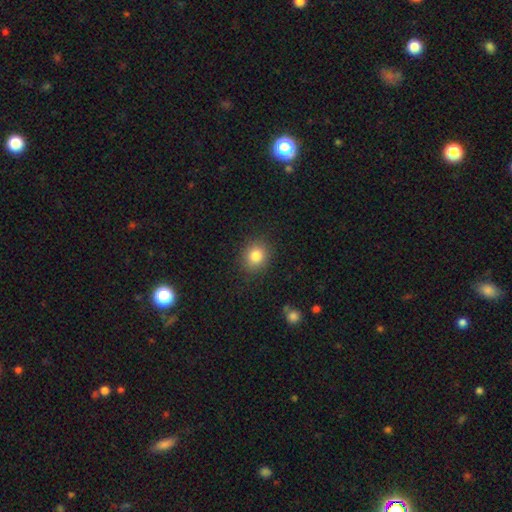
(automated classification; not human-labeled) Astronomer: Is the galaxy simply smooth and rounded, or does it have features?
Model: smooth — 83%.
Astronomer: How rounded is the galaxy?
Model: round — 69%.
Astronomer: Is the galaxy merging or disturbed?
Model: none — 87%.